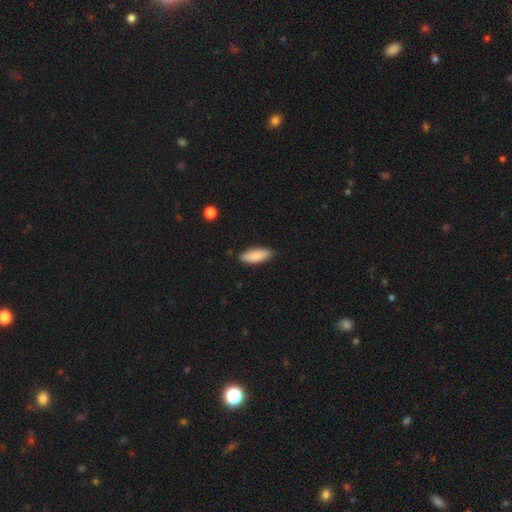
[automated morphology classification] smooth-or-featured: smooth: 85% | featured or disk: 10% | star or artifact: 6%
  how-rounded: in between: 74% | cigar-shaped: 24% | round: 2%
  merging: none: 85% | minor disturbance: 12% | major disturbance: 2% | merger: 1%